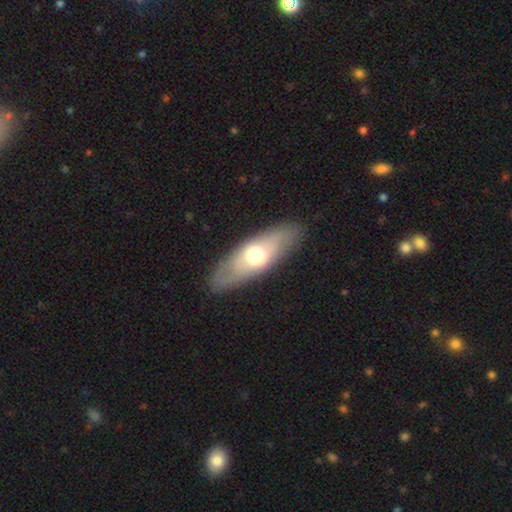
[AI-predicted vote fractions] Overall: smooth (52%; featured or disk 41%). How rounded: in between (67%; cigar-shaped 30%). Merging: none (86%).